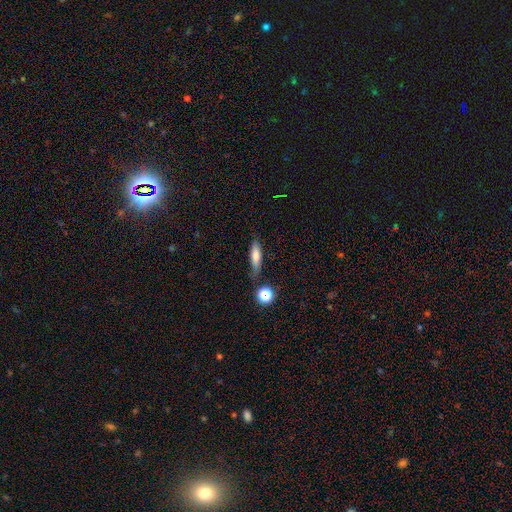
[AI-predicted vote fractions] Smooth or featured? Predicted: smooth (p=0.74). How rounded? Predicted: cigar-shaped (p=0.58). Merging? Predicted: none (p=0.70).